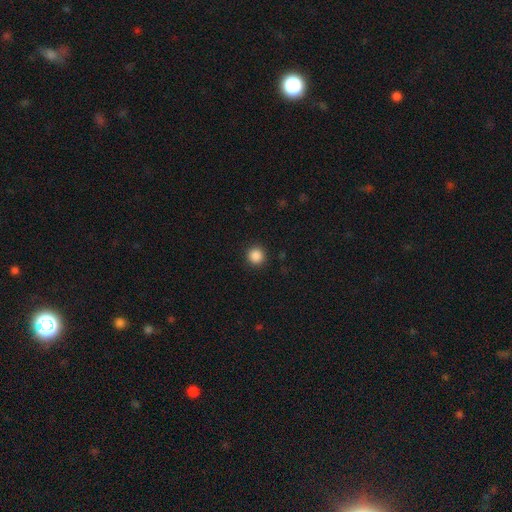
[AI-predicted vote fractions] Q: Smooth or featured?
A: smooth (88%); runner-up: star or artifact (10%)
Q: How rounded?
A: round (94%); runner-up: in between (5%)
Q: Merging?
A: none (92%); runner-up: minor disturbance (5%)